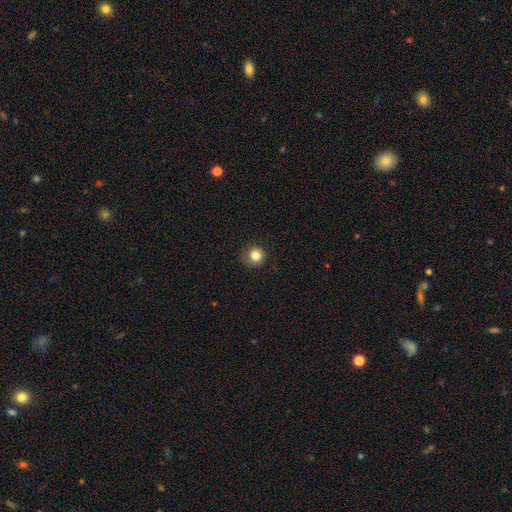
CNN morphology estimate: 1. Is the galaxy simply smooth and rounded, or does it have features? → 83% smooth, 11% star or artifact, 6% featured or disk.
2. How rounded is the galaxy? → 93% round, 6% in between, 1% cigar-shaped.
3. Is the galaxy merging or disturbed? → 86% none, 10% minor disturbance, 3% major disturbance, 1% merger.